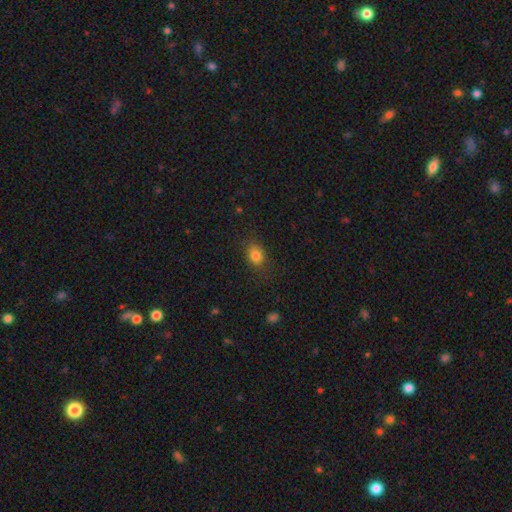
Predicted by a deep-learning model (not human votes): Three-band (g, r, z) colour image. It shows a smooth galaxy with no disk features (82%) that is in between round and cigar-shaped (61%). Merging: none (78%).